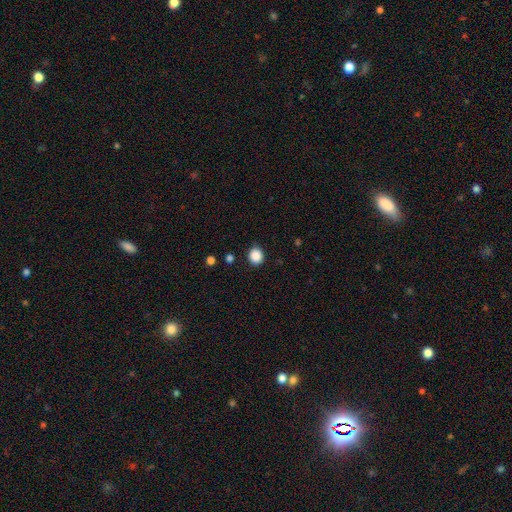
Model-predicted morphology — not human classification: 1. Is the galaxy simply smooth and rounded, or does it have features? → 88% smooth, 10% star or artifact, 2% featured or disk.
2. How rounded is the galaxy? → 79% round, 20% in between, 1% cigar-shaped.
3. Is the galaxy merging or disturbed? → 88% none, 8% minor disturbance, 2% major disturbance, 1% merger.